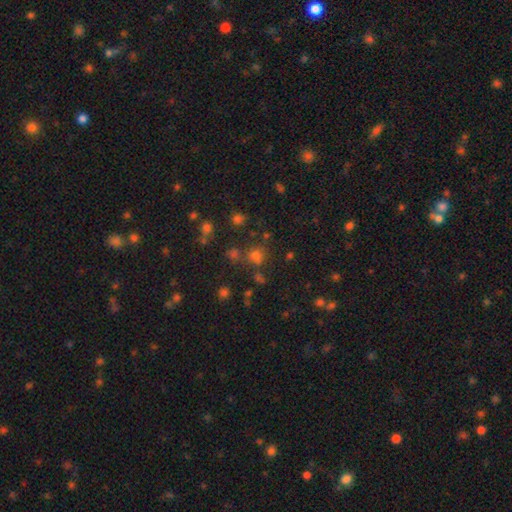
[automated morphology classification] This is likely a smooth galaxy (61%). How rounded: likely round (78%). Merging: likely none (65%).